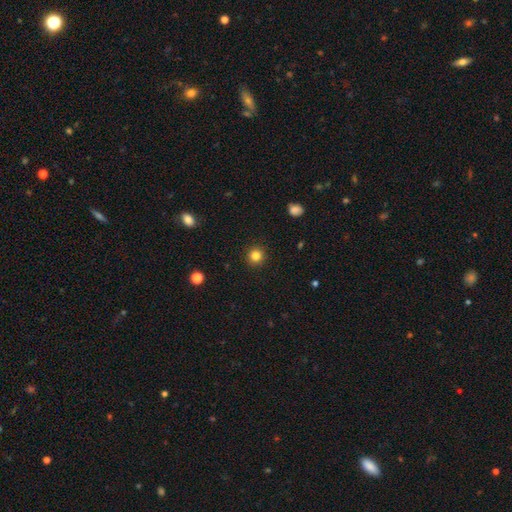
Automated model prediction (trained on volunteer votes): A smooth galaxy with no disk features (83%) that is round (94%).

Vote fractions:
- Smooth or featured? smooth: 83% / star or artifact: 12% / featured or disk: 5%
- How rounded? round: 94% / in between: 5% / cigar-shaped: 1%
- Merging? none: 92% / minor disturbance: 5% / major disturbance: 2% / merger: 1%